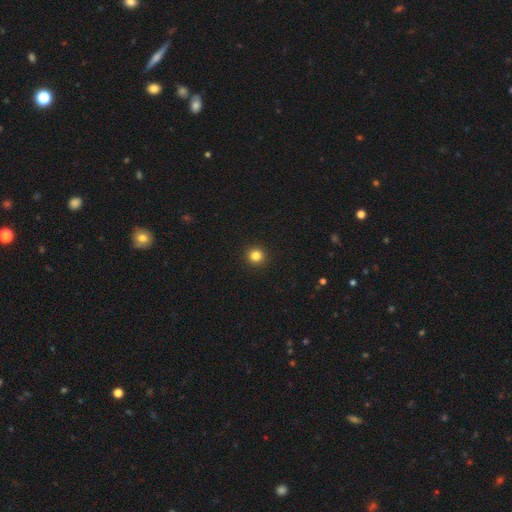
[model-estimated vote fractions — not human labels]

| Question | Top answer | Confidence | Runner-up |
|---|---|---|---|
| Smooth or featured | smooth | 83% | star or artifact (12%) |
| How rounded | round | 94% | in between (5%) |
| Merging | none | 94% | minor disturbance (4%) |